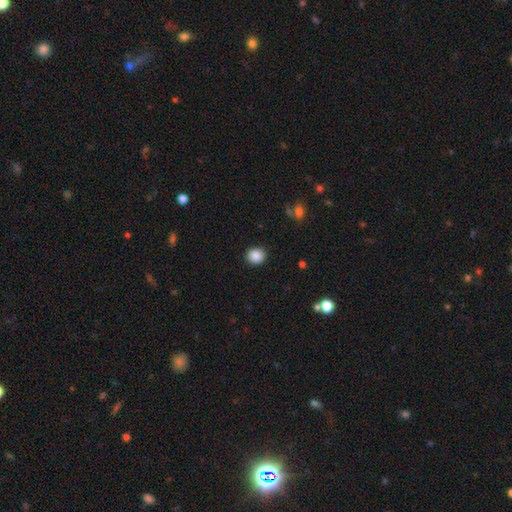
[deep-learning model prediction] smooth-or-featured: smooth: 87% | star or artifact: 9% | featured or disk: 4%
  how-rounded: round: 76% | in between: 23% | cigar-shaped: 1%
  merging: none: 90% | minor disturbance: 7% | major disturbance: 2% | merger: 1%